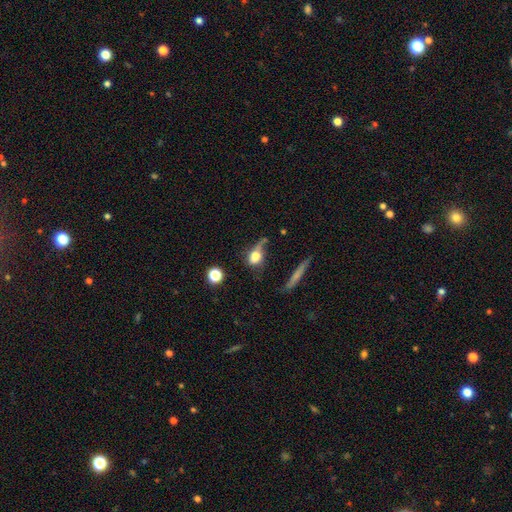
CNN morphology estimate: Overall: smooth (65%). How rounded: in between (54%; round 35%). Merging: none (32%; major disturbance 31%).